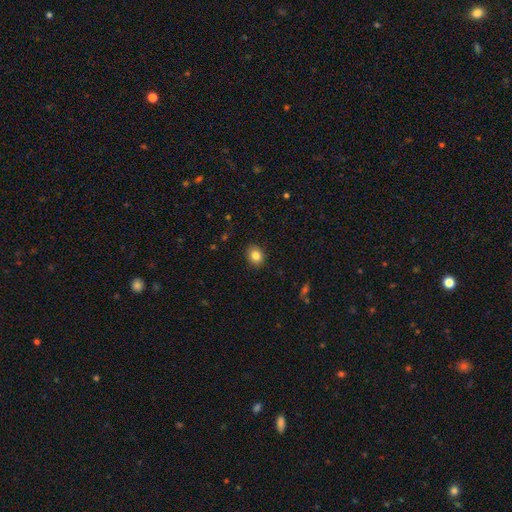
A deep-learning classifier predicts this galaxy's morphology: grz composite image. It shows a smooth galaxy with no disk features (84%) that is round (53%). Merging: none (89%).